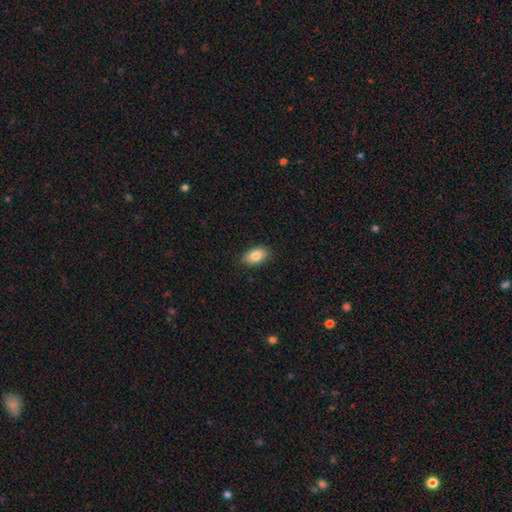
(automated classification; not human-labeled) This is clearly a smooth galaxy (85%). How rounded: clearly in between (92%). Merging: clearly none (86%).